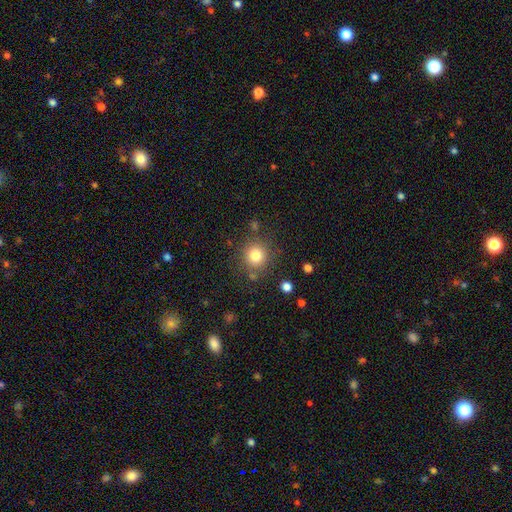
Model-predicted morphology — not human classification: Smooth or featured: smooth — 80% (star or artifact — 12%)
How rounded: round — 91% (in between — 8%)
Merging: none — 82% (minor disturbance — 10%)